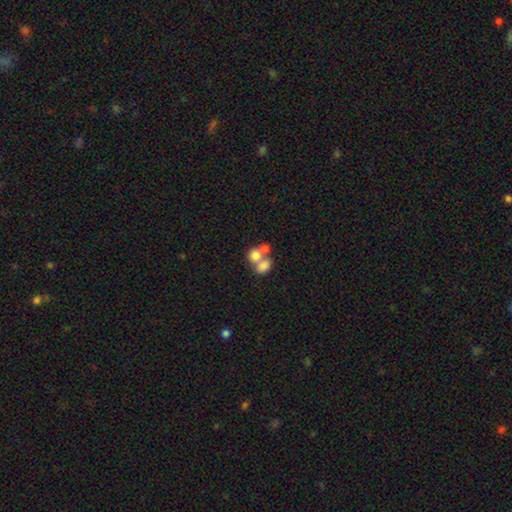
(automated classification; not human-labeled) This appears to be a smooth galaxy with no disk features (72%) that is round (55%). Merging: merger (63%).